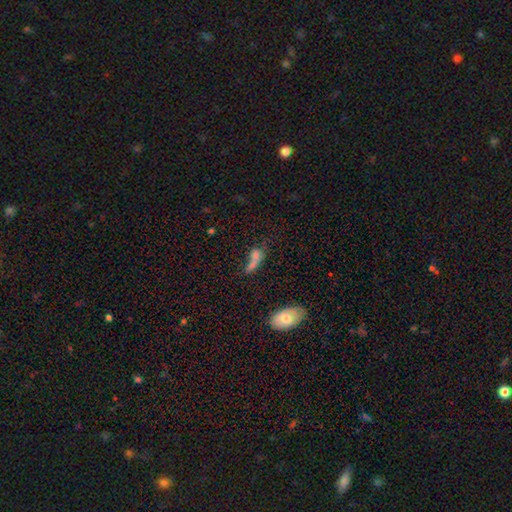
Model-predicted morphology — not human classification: Smooth or featured? smooth (64%)
How rounded? in between (61%)
Merging? merger (44%)